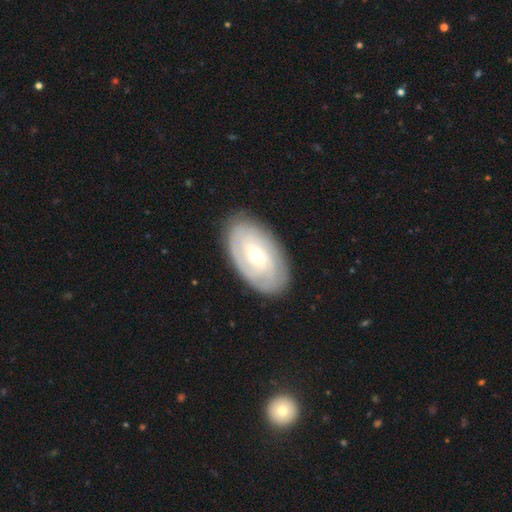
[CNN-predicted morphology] This appears to be a featured or disk galaxy (65%) with no bar (61%), spiral arms (68%) and a moderate central bulge (51%). Merging: none (84%).